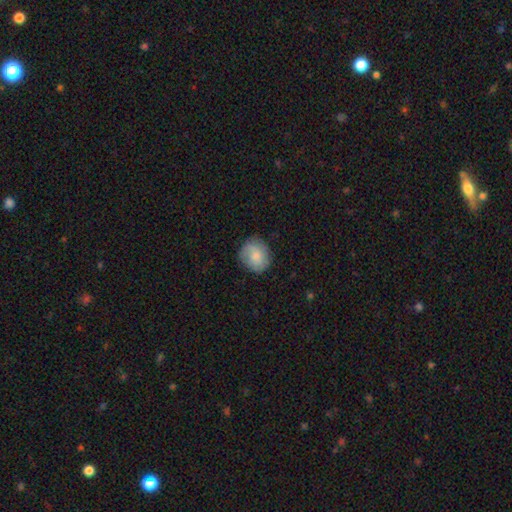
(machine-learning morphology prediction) type=smooth (71%); roundness=round (74%); merging=none (76%).